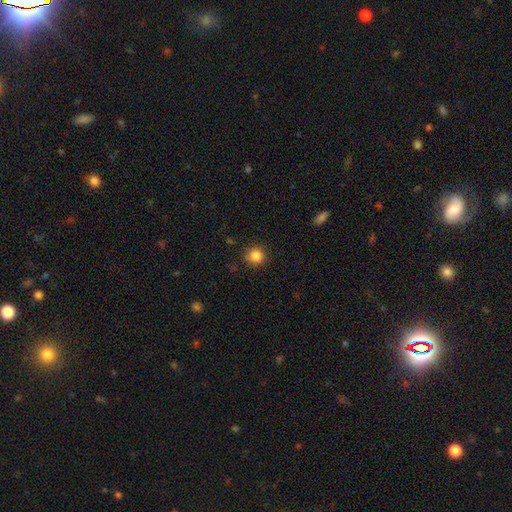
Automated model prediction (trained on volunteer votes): This is clearly a smooth galaxy (85%). How rounded: clearly round (91%). Merging: clearly none (85%).